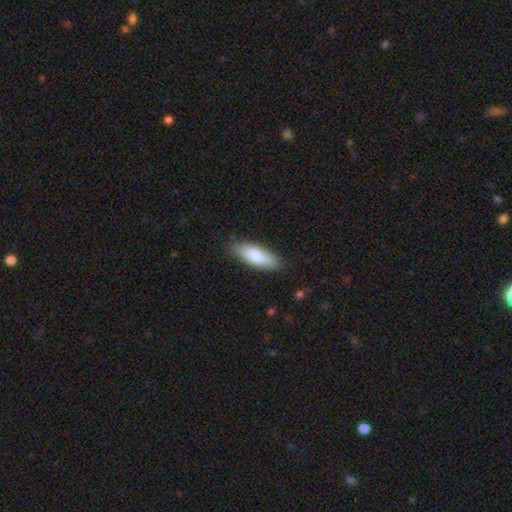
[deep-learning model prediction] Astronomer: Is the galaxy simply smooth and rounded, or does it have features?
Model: smooth — 84%.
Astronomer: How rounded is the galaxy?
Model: in between — 66%.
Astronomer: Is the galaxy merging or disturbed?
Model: none — 82%.